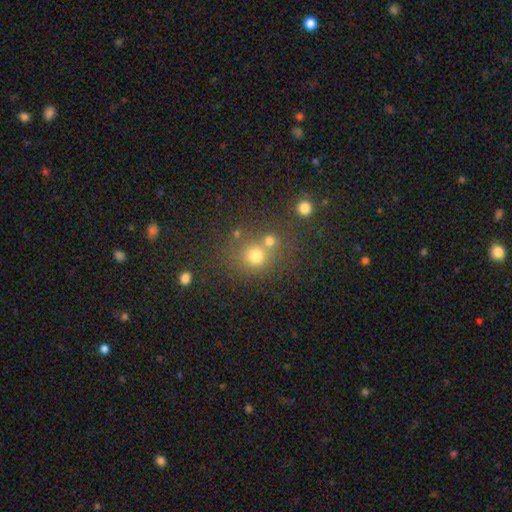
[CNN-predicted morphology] type=smooth (71%); roundness=round (85%); merging=none (58%).